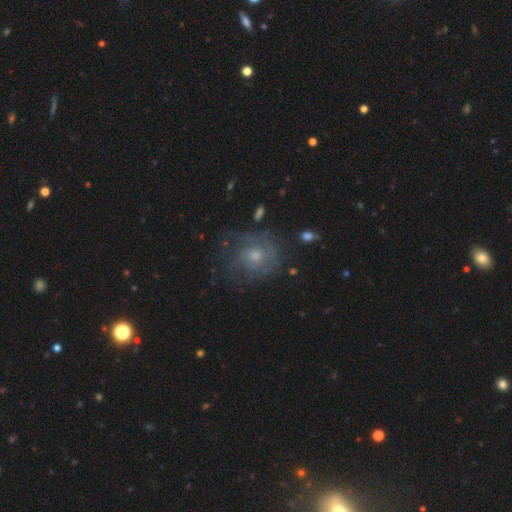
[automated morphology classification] This appears to be a featured or disk galaxy (58%) with no bar (82%), spiral arms (71%) and a moderate central bulge (48%). Merging: none (62%).